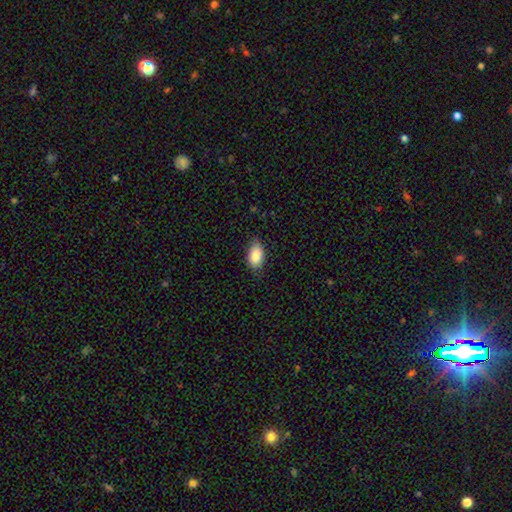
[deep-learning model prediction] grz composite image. It shows a smooth galaxy with no disk features (88%) that is in between round and cigar-shaped (93%). Merging: none (77%).